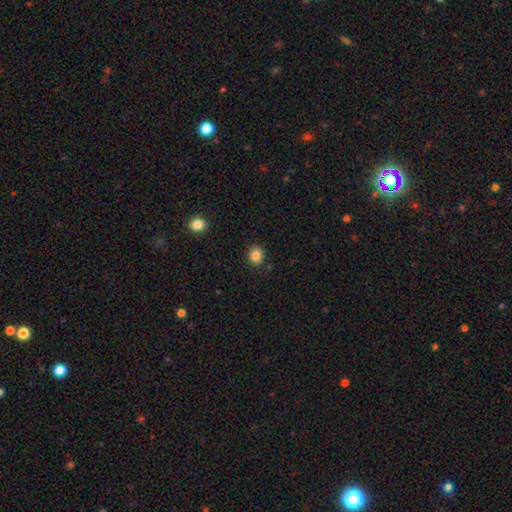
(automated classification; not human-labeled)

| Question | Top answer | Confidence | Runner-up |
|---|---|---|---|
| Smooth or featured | smooth | 85% | star or artifact (10%) |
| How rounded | round | 73% | in between (26%) |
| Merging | none | 88% | minor disturbance (8%) |